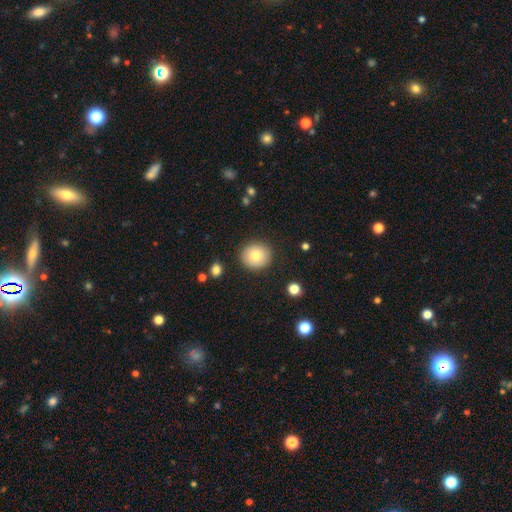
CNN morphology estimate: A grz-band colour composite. It shows a smooth galaxy with no disk features (78%) that is round (87%). Merging: none (88%).